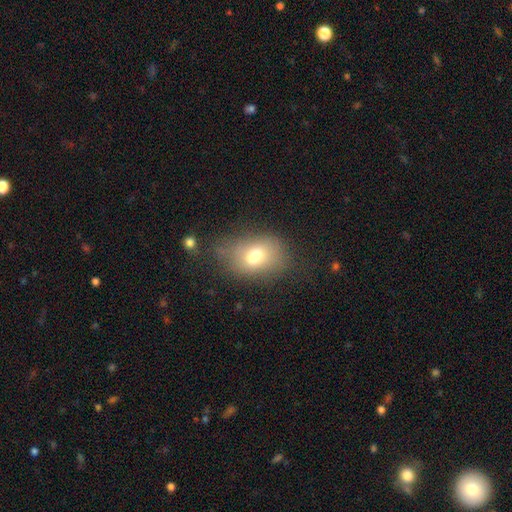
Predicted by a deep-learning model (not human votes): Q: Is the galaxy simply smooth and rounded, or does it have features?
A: smooth — 67%.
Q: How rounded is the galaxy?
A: in between — 71%.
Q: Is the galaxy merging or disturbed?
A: none — 44%.